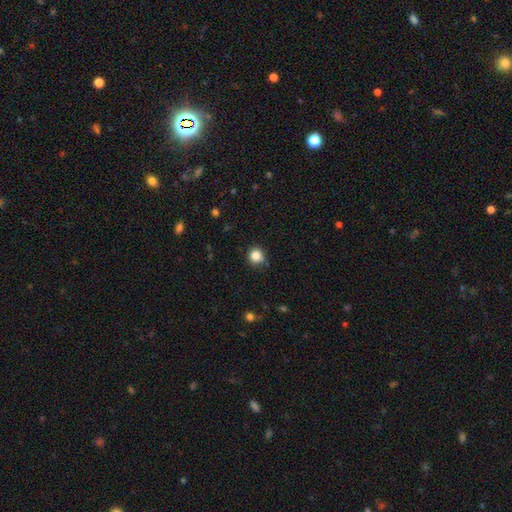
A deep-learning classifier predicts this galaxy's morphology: smooth_or_featured: smooth (p=0.84) [alt: star or artifact p=0.11]
how_rounded: round (p=0.91) [alt: in between p=0.08]
merging: none (p=0.84) [alt: minor disturbance p=0.11]